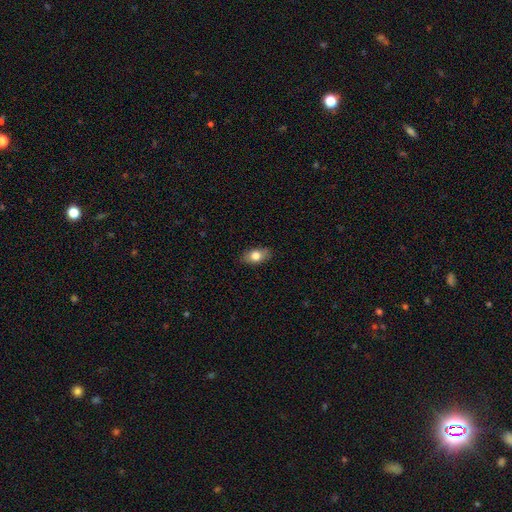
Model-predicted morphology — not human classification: Smooth or featured? smooth (77%)
How rounded? in between (87%)
Merging? none (86%)